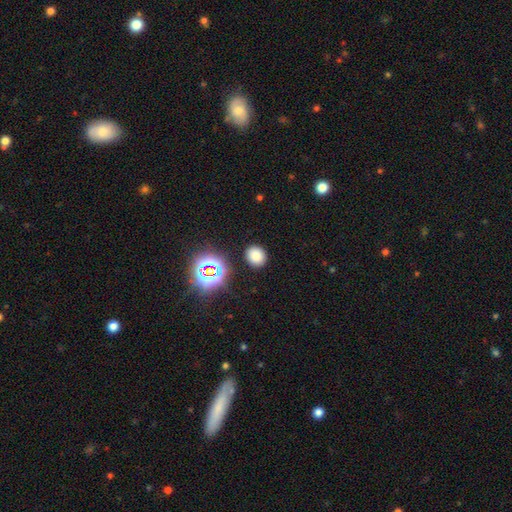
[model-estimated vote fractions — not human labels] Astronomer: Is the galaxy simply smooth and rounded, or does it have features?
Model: smooth — 76%.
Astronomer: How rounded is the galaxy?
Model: round — 70%.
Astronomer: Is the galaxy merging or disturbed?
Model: none — 88%.